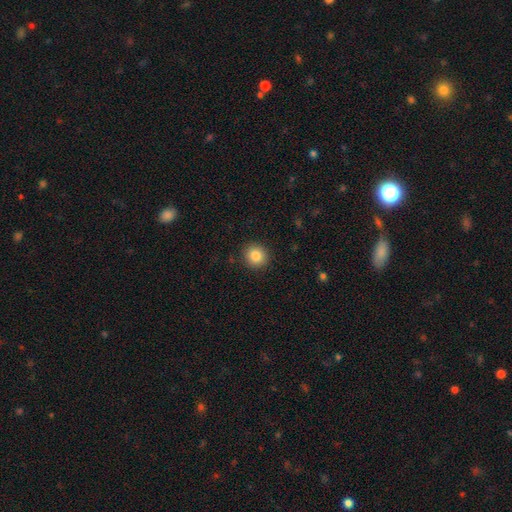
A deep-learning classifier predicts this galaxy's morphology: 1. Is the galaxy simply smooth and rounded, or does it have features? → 85% smooth, 10% star or artifact, 5% featured or disk.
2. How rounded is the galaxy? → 90% round, 9% in between, 1% cigar-shaped.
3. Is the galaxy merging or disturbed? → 91% none, 6% minor disturbance, 2% major disturbance, 1% merger.